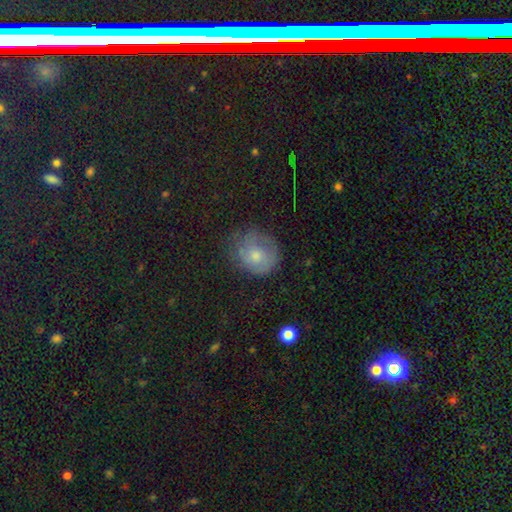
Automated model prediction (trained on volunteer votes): This is possibly a smooth galaxy (58%). How rounded: likely round (71%). Merging: likely none (61%).